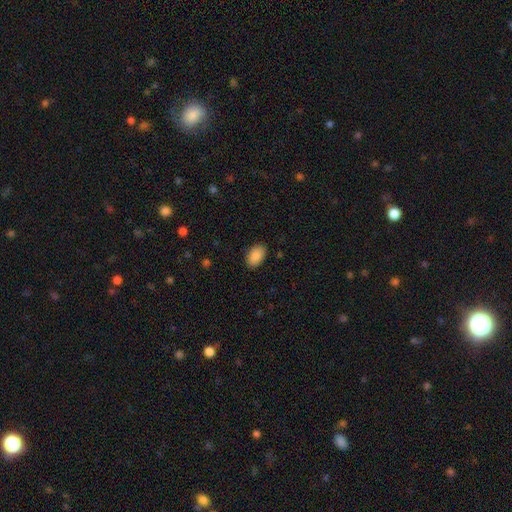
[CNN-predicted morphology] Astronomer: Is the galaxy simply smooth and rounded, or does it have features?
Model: smooth — 89%.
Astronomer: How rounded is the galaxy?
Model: in between — 92%.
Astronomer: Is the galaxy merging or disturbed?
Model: none — 88%.